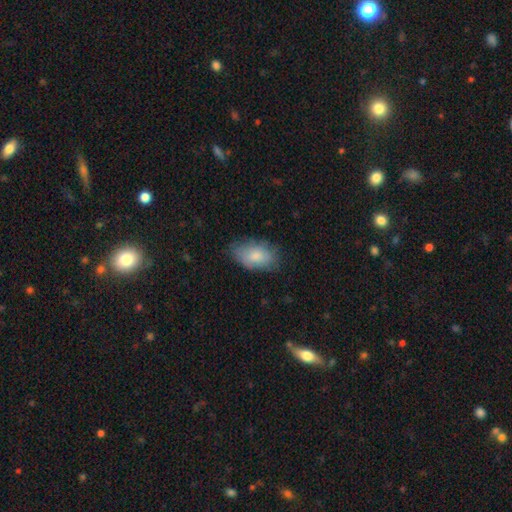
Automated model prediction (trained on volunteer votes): A smooth galaxy with no disk features (80%) that is in between round and cigar-shaped (92%). Merging: none (70%).